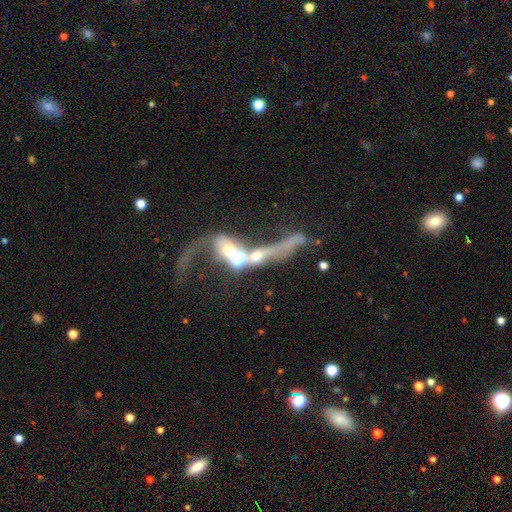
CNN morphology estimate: This appears to be a featured or disk galaxy (74%) with no bar (61%), spiral arms (62%) and a moderate central bulge (40%). Merging: merger (65%).